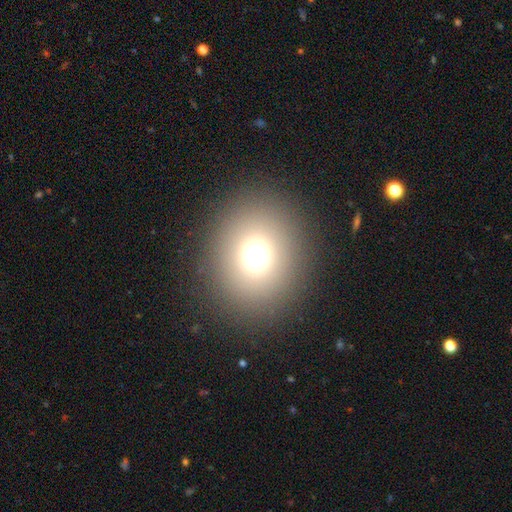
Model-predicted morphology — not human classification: Overall: smooth (68%). How rounded: round (77%). Merging: none (88%).